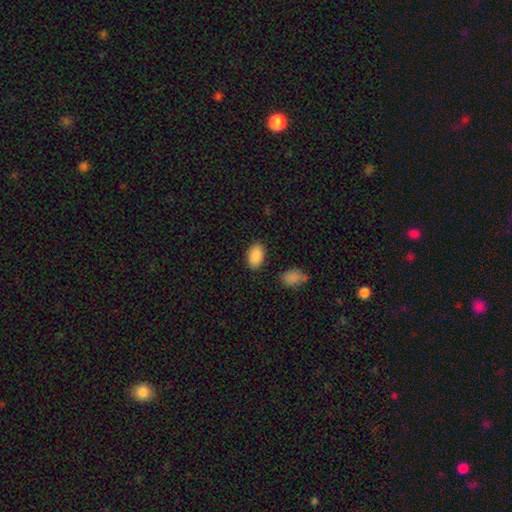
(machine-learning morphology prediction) Smooth or featured: smooth — 89% (star or artifact — 7%)
How rounded: in between — 91% (round — 7%)
Merging: none — 85% (minor disturbance — 10%)